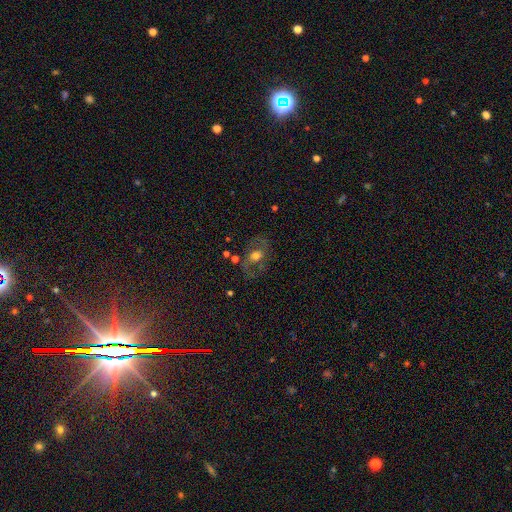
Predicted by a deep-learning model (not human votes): featured or disk 55%, smooth 34%, star or artifact 11%. Down the decision tree: edge-on disk — no (93%); bar — no (67%); spiral arms — yes (59%); bulge size — moderate (56%); merging — none (66%).